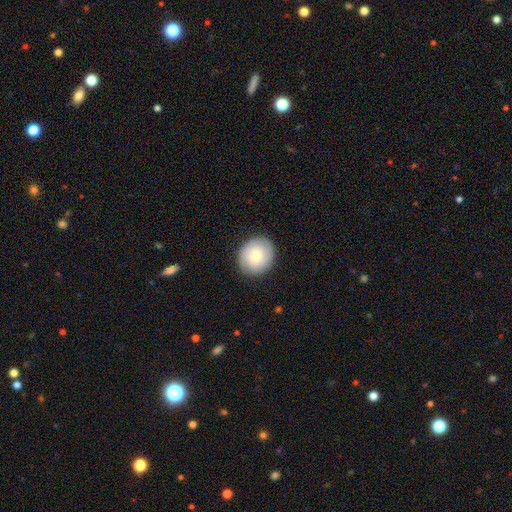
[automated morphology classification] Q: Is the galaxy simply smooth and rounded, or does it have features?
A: smooth — 73%.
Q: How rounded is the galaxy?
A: round — 80%.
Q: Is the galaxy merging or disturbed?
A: none — 89%.